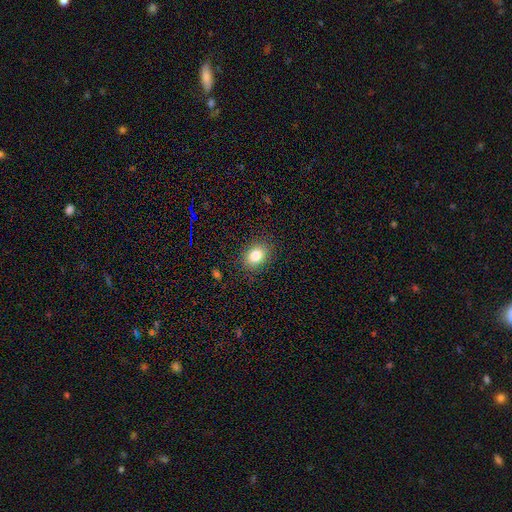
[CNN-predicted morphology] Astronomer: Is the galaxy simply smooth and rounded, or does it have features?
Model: smooth — 82%.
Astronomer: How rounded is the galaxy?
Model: in between — 63%.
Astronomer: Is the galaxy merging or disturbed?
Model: none — 86%.